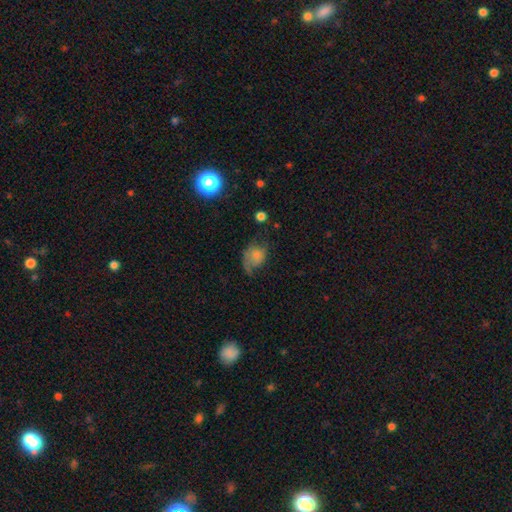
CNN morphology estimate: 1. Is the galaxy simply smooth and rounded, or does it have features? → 65% smooth, 24% featured or disk, 10% star or artifact.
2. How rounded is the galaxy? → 56% in between, 43% round, 1% cigar-shaped.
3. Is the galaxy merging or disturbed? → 36% major disturbance, 31% minor disturbance, 29% none, 4% merger.